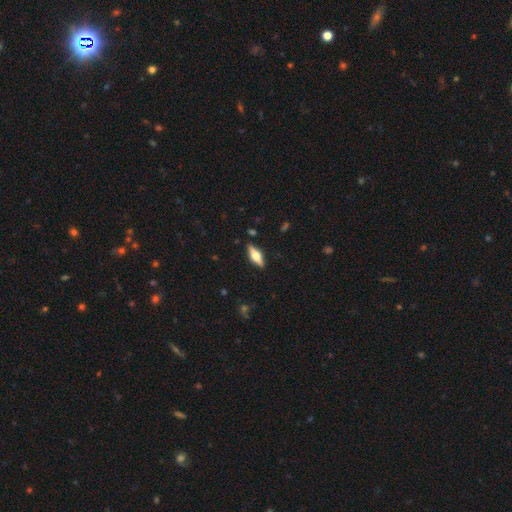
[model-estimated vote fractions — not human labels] Q: Smooth or featured?
A: featured or disk (52%); runner-up: smooth (41%)
Q: Edge-on disk?
A: yes (93%); runner-up: no (7%)
Q: Merging?
A: none (88%); runner-up: minor disturbance (9%)